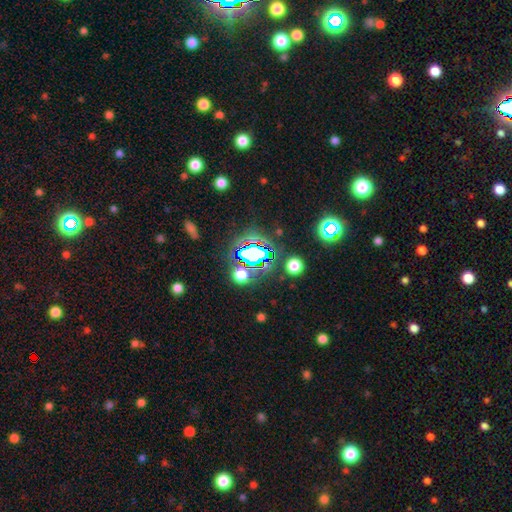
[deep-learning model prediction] smooth_or_featured: star or artifact (p=0.61) [alt: smooth p=0.27]